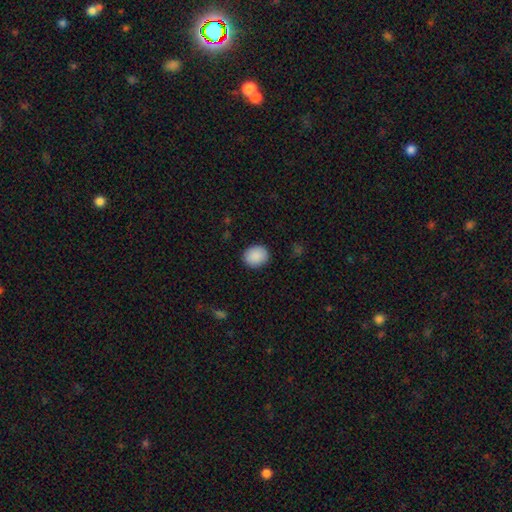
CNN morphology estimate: Smooth or featured: smooth — 90% (star or artifact — 7%)
How rounded: round — 65% (in between — 34%)
Merging: none — 89% (minor disturbance — 8%)